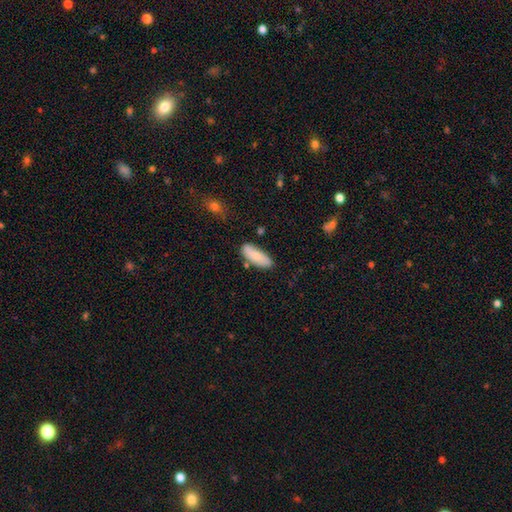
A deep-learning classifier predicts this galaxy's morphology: This is likely a smooth galaxy (79%). How rounded: likely in between (72%). Merging: likely none (76%).